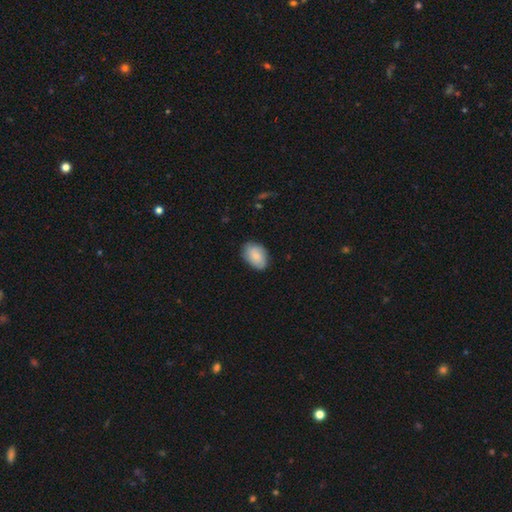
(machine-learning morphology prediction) smooth 78%, featured or disk 16%, star or artifact 6%. Down the decision tree: how rounded — in between (85%); merging — none (79%).